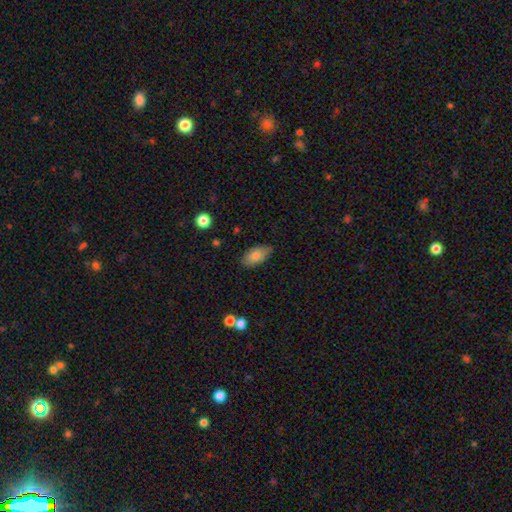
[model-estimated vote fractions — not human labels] smooth-or-featured: smooth: 79% | featured or disk: 14% | star or artifact: 7%
  how-rounded: in between: 93% | round: 4% | cigar-shaped: 4%
  merging: none: 77% | minor disturbance: 18% | major disturbance: 3% | merger: 2%